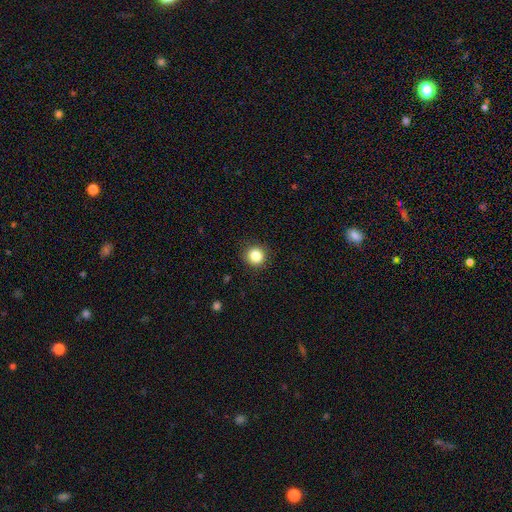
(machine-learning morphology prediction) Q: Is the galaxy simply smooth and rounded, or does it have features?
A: smooth — 85%.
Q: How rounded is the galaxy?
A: round — 92%.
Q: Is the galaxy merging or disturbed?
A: none — 91%.